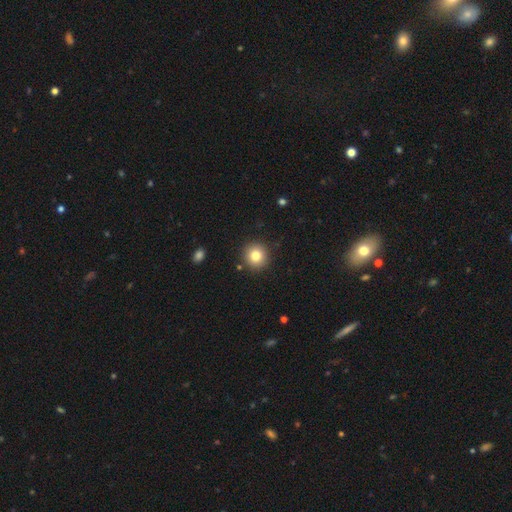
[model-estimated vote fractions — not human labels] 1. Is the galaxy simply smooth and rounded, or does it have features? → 81% smooth, 11% star or artifact, 8% featured or disk.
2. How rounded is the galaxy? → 93% round, 6% in between, 1% cigar-shaped.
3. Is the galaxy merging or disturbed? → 90% none, 6% minor disturbance, 2% major disturbance, 2% merger.